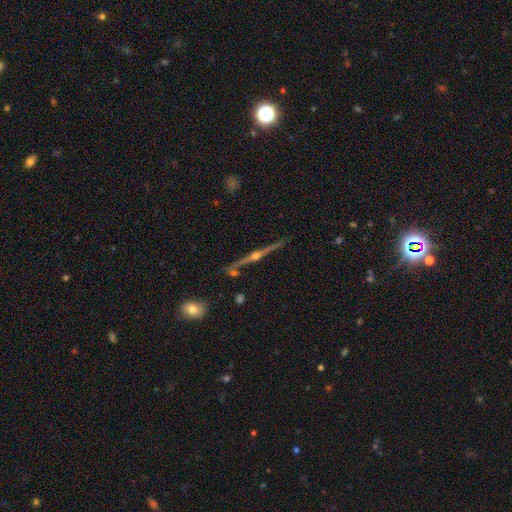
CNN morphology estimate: type=featured or disk (88%); edge-on=yes (98%); edge-on bulge=rounded (96%); merging=none (86%).